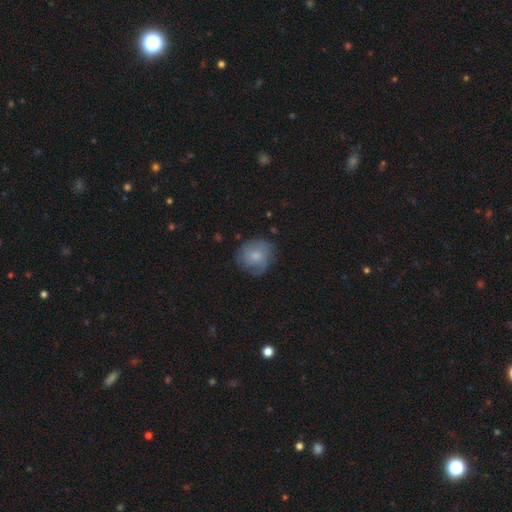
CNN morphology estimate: Smooth or featured?
  - smooth: 60% *
  - featured or disk: 33%
  - star or artifact: 7%
How rounded?
  - round: 78% *
  - in between: 21%
  - cigar-shaped: 1%
Merging?
  - none: 65% *
  - minor disturbance: 24%
  - major disturbance: 9%
  - merger: 1%